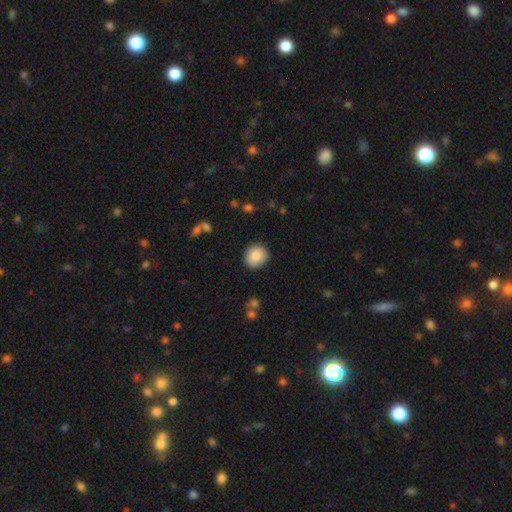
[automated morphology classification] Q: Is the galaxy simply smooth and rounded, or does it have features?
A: smooth — 86%.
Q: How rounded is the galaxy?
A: round — 84%.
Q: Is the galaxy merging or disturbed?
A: none — 89%.